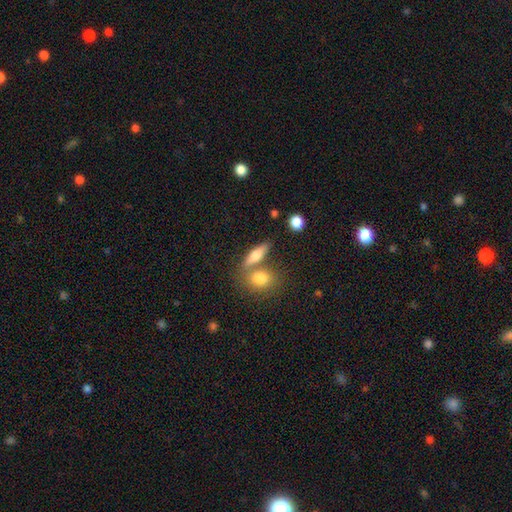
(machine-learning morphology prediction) Overall: smooth (64%; featured or disk 28%). How rounded: in between (48%; cigar-shaped 41%). Merging: none (53%; merger 32%).